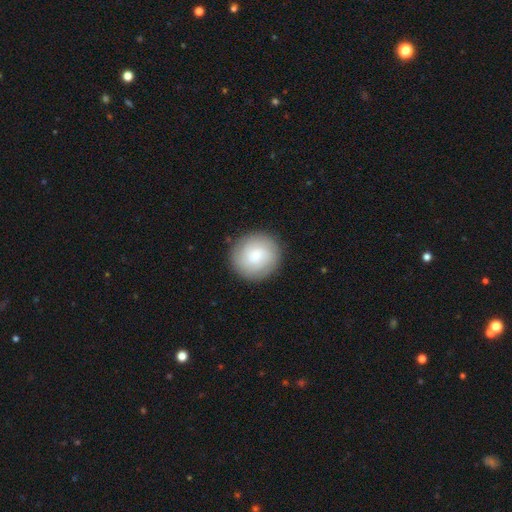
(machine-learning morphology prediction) The model was most divided on "smooth or featured": smooth: 70%, featured or disk: 23%, star or artifact: 7%. More confident: how rounded — round (92%); merging — none (89%).